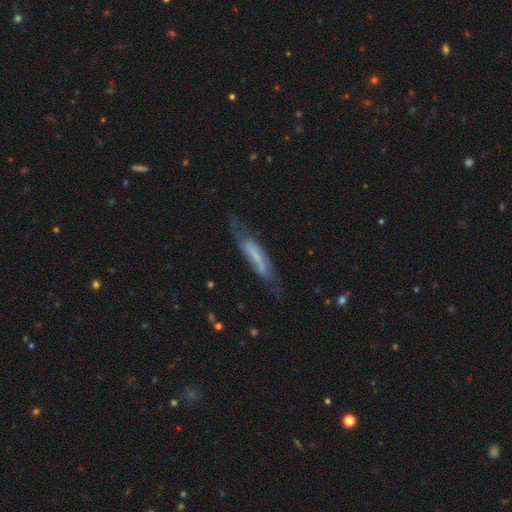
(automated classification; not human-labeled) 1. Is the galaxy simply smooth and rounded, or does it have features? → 59% featured or disk, 33% smooth, 8% star or artifact.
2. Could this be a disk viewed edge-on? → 58% no, 42% yes.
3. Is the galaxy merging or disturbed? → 57% none, 25% minor disturbance, 15% major disturbance, 3% merger.